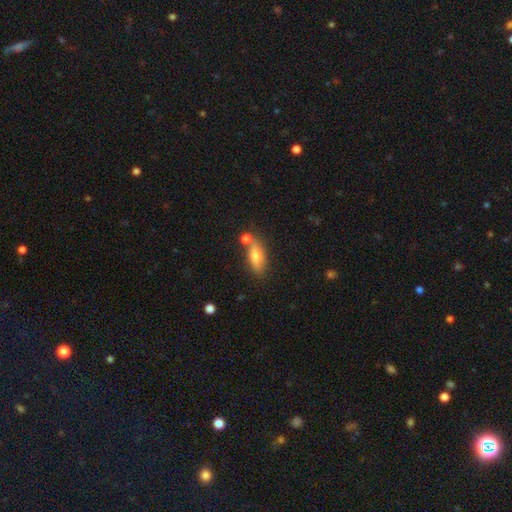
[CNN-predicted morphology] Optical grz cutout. It shows a smooth galaxy with no disk features (66%) that is in between round and cigar-shaped (61%). Merging: none (68%).